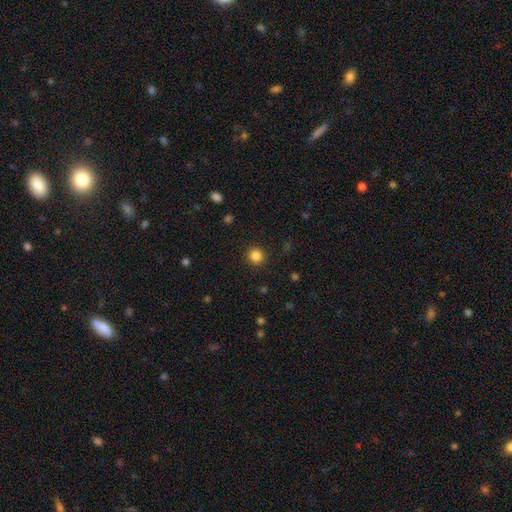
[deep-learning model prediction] Morphology: type=smooth (84%); roundness=round (93%); merging=none (91%).